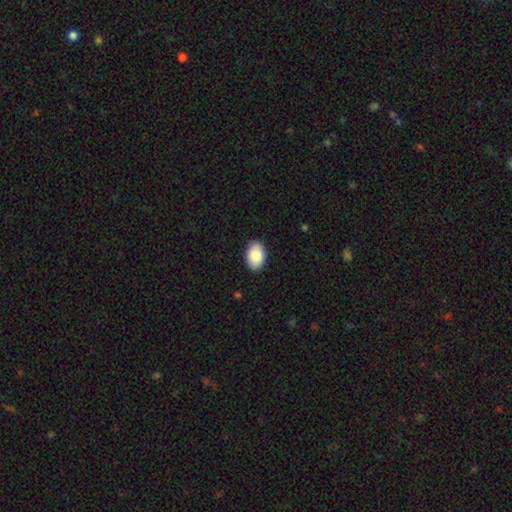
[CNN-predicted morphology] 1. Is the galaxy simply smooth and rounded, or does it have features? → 86% smooth, 7% featured or disk, 6% star or artifact.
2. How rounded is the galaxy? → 90% in between, 9% round, 1% cigar-shaped.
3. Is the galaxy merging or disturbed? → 87% none, 10% minor disturbance, 2% major disturbance, 1% merger.